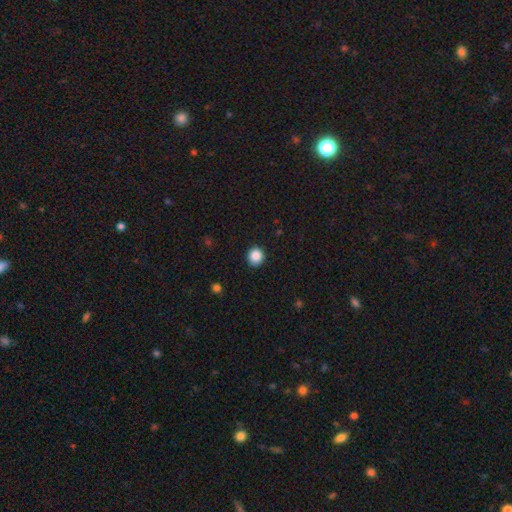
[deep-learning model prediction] Overall: smooth (87%). How rounded: round (87%). Merging: none (90%).